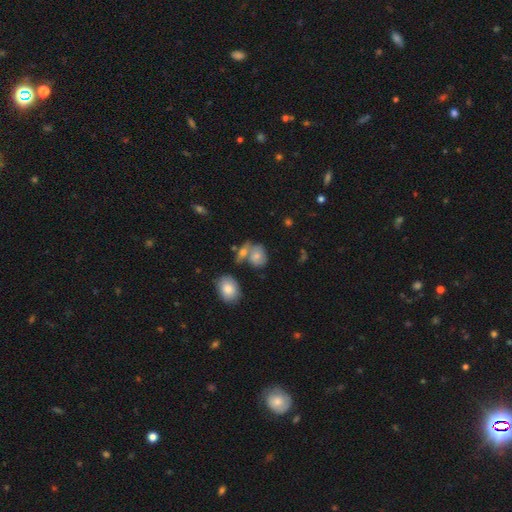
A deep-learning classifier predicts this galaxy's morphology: smooth 68%, featured or disk 21%, star or artifact 11%. Down the decision tree: how rounded — in between (51%); merging — none (40%).